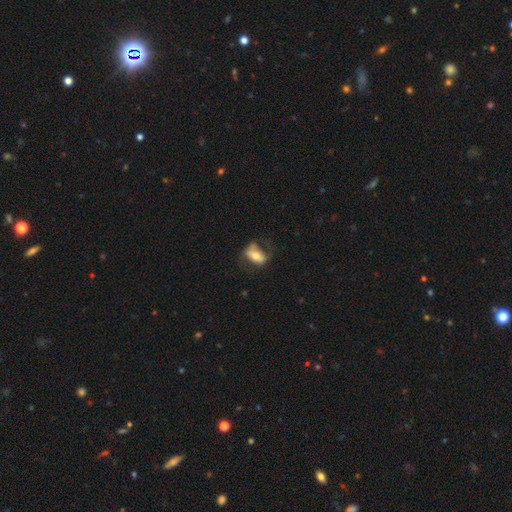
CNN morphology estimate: The model was most divided on "smooth or featured": smooth: 55%, featured or disk: 38%, star or artifact: 7%. More confident: how rounded — in between (84%); merging — none (53%).